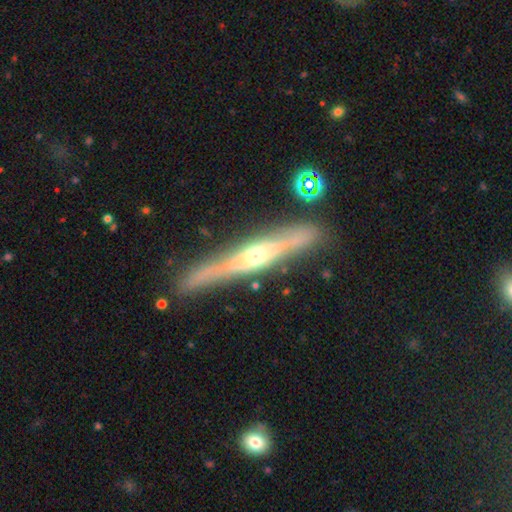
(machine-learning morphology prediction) Smooth or featured? Predicted: featured or disk (p=0.76). Edge-on disk? Predicted: yes (p=0.93). Edge-on bulge? Predicted: rounded (p=0.82). Merging? Predicted: none (p=0.83).